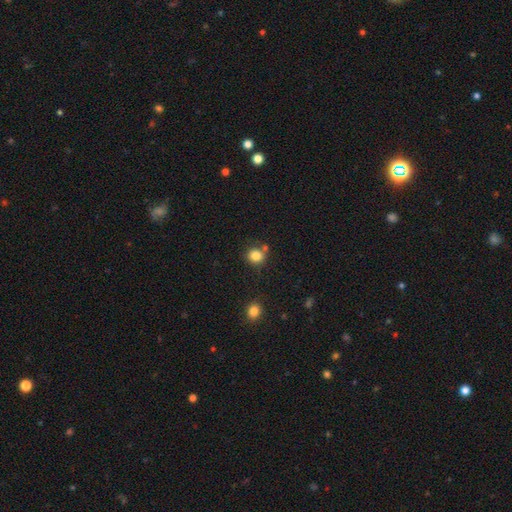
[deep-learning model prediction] The model was most divided on "merging": none: 72%, merger: 13%, minor disturbance: 11%, major disturbance: 3%. More confident: how rounded — round (84%); smooth or featured — smooth (83%).